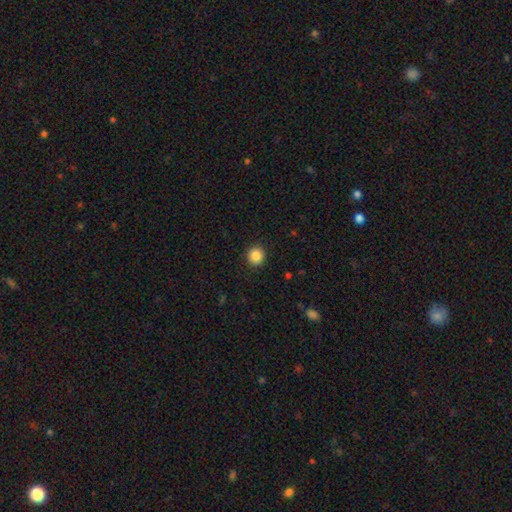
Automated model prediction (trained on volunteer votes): This is clearly a smooth galaxy (86%). How rounded: clearly round (92%). Merging: clearly none (92%).